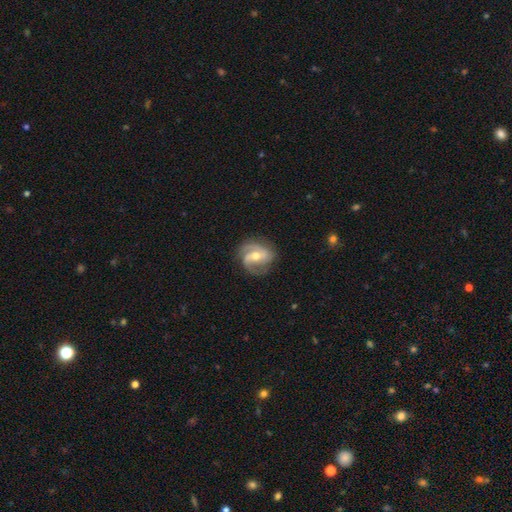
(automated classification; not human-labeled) Smooth or featured?
  - featured or disk: 87% *
  - smooth: 8%
  - star or artifact: 5%
Edge-on disk?
  - no: 98% *
  - yes: 2%
Bar?
  - weak: 42% *
  - no: 37%
  - strong: 21%
Spiral arms?
  - yes: 97% *
  - no: 3%
Spiral winding?
  - medium: 52% *
  - tight: 30%
  - loose: 18%
Spiral arm count?
  - 2: 50% *
  - 3: 33%
  - can't tell: 7%
  - 1: 4%
  - 4: 3%
  - more than 4: 3%
Bulge size?
  - moderate: 64% *
  - small: 32%
  - large: 3%
  - none: 1%
  - dominant: 1%
Merging?
  - none: 73% *
  - minor disturbance: 18%
  - major disturbance: 8%
  - merger: 1%